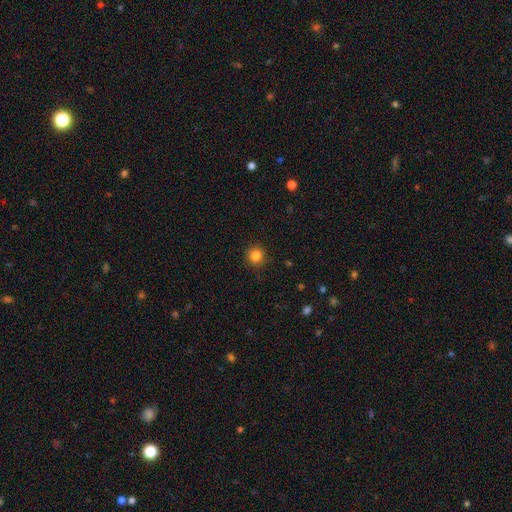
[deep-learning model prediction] Morphology: type=smooth (84%); roundness=round (94%); merging=none (91%).